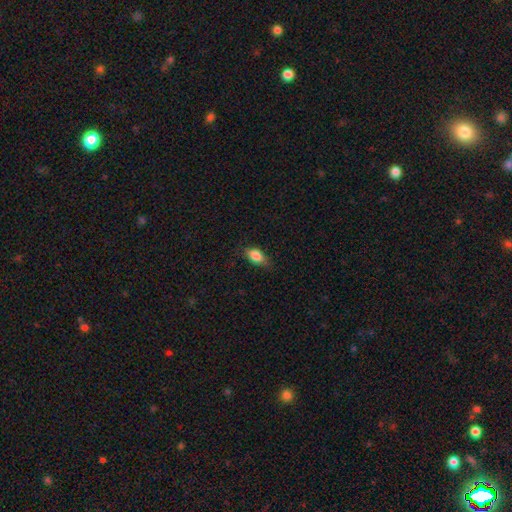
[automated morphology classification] A smooth galaxy with no disk features (84%) that is in between round and cigar-shaped (84%).

Vote fractions:
- Smooth or featured? smooth: 84% / featured or disk: 8% / star or artifact: 8%
- How rounded? in between: 84% / round: 10% / cigar-shaped: 6%
- Merging? none: 73% / minor disturbance: 22% / major disturbance: 4% / merger: 1%